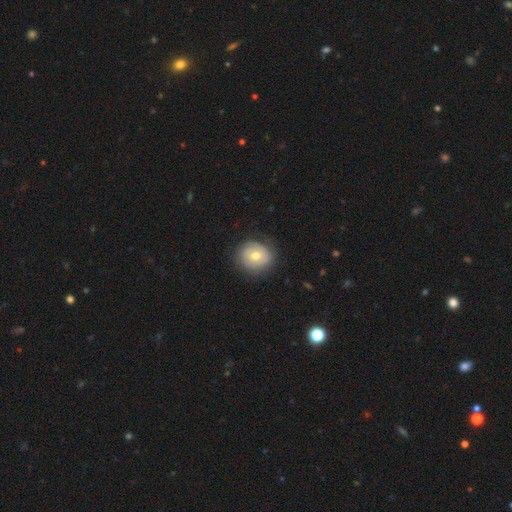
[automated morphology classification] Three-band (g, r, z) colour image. It shows a smooth galaxy with no disk features (55%) that is round (78%). Merging: none (77%).